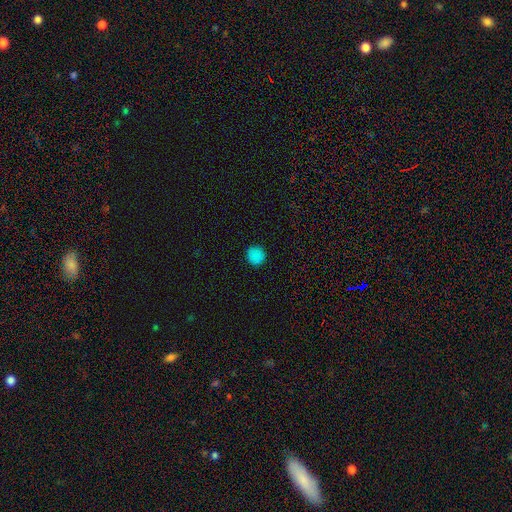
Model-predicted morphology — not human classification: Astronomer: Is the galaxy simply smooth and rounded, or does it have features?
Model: smooth — 84%.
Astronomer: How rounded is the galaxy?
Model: round — 92%.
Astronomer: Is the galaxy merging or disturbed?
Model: none — 91%.